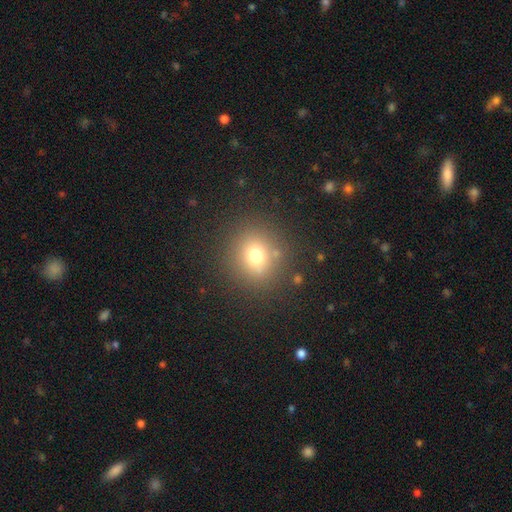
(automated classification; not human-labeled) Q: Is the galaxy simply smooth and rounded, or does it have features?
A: smooth — 71%.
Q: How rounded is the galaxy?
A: round — 85%.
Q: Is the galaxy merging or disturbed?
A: none — 84%.